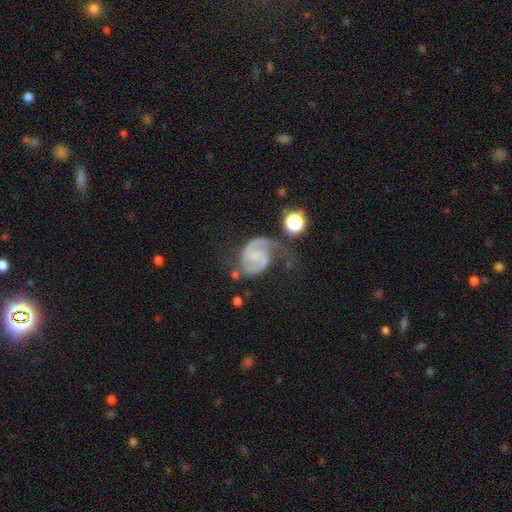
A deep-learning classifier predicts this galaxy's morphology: Smooth or featured: featured or disk — 85% (smooth — 9%)
Edge-on disk: no — 98% (yes — 2%)
Bar: no — 57% (weak — 36%)
Spiral arms: yes — 97% (no — 3%)
Spiral winding: medium — 50% (tight — 29%)
Spiral arm count: 2 — 84% (1 — 8%)
Bulge size: small — 44% (none — 27%)
Merging: none — 46% (minor disturbance — 24%)